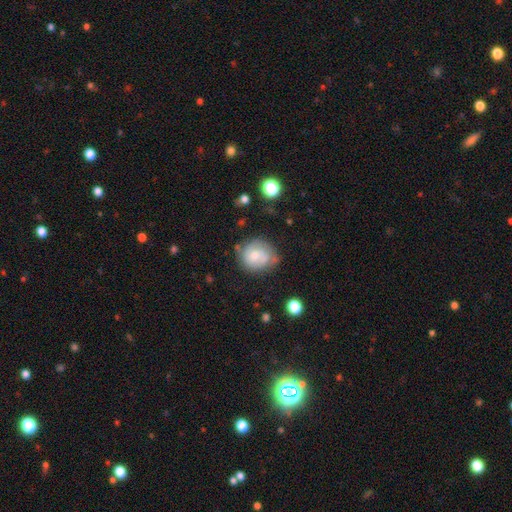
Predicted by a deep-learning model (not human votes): smooth 47%, featured or disk 45%, star or artifact 8%. Down the decision tree: merging — none (55%).